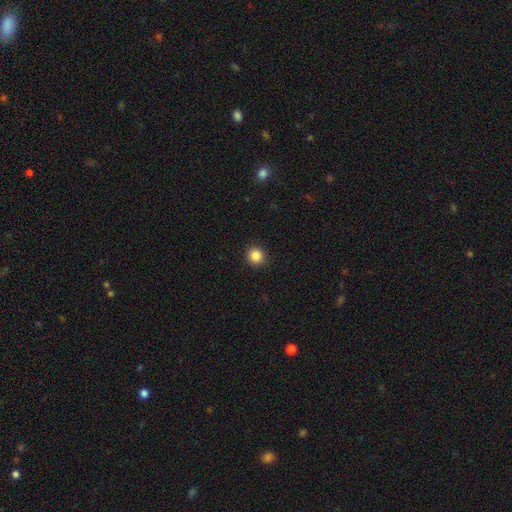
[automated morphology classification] Q: Smooth or featured?
A: smooth (87%); runner-up: star or artifact (10%)
Q: How rounded?
A: round (93%); runner-up: in between (6%)
Q: Merging?
A: none (92%); runner-up: minor disturbance (5%)